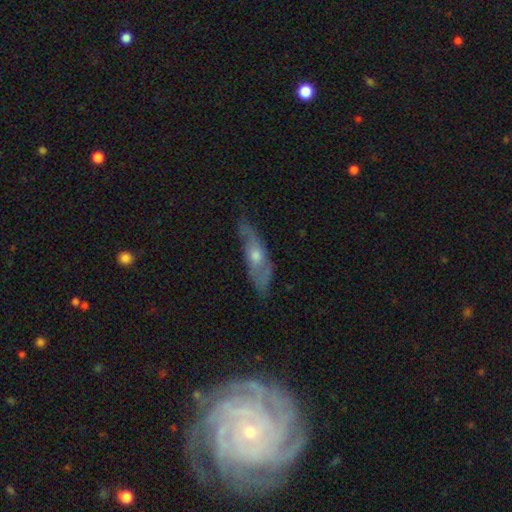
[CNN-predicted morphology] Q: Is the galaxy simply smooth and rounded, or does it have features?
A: featured or disk — 60%.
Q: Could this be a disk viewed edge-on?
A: no — 55%.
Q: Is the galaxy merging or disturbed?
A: none — 68%.